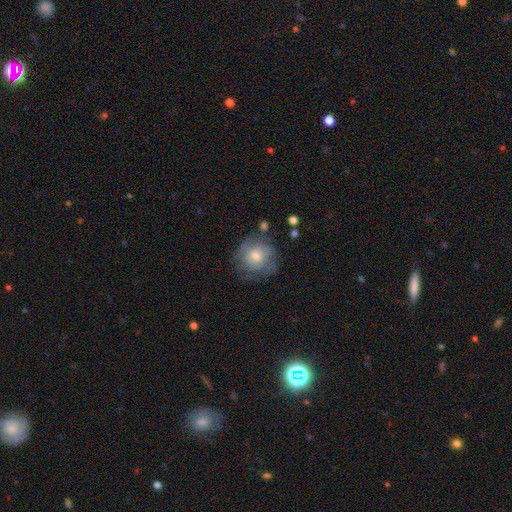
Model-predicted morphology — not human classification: This is possibly a smooth galaxy (50%). Merging: likely none (68%).